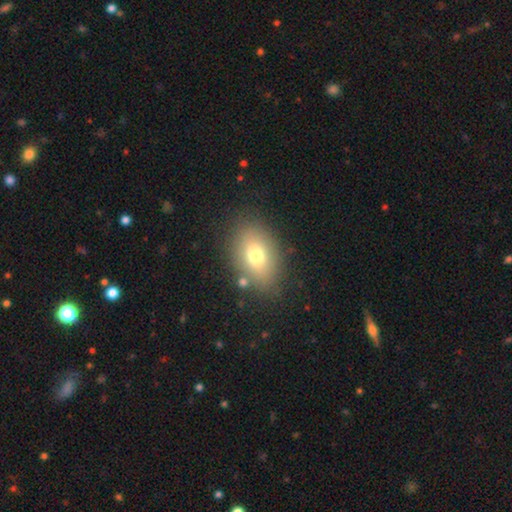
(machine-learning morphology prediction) Q: Smooth or featured?
A: smooth (73%); runner-up: featured or disk (15%)
Q: How rounded?
A: in between (79%); runner-up: round (19%)
Q: Merging?
A: none (81%); runner-up: minor disturbance (11%)